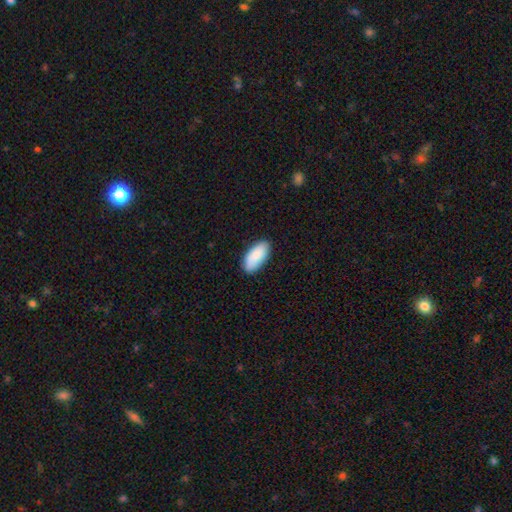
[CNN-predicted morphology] Smooth or featured: smooth — 89% (star or artifact — 6%)
How rounded: in between — 93% (cigar-shaped — 5%)
Merging: none — 85% (minor disturbance — 12%)